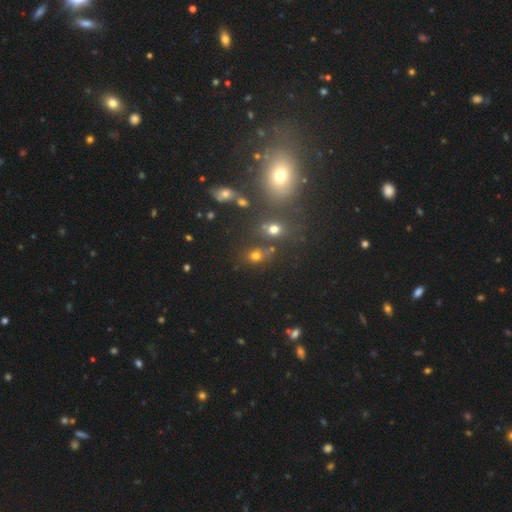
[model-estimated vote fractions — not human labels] A smooth galaxy with no disk features (64%) that is round (73%). Merging: none (63%).